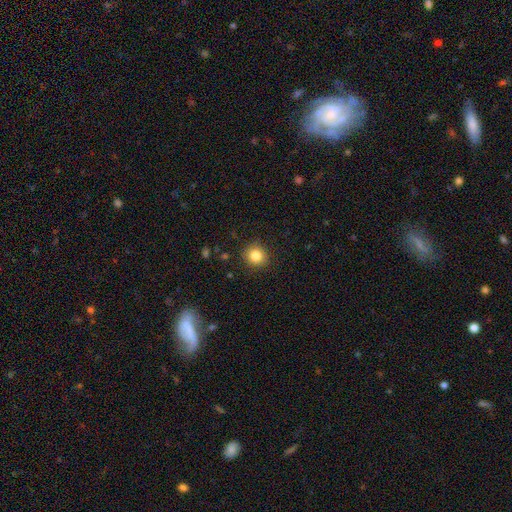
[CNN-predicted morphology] type=smooth (83%); roundness=round (89%); merging=none (90%).